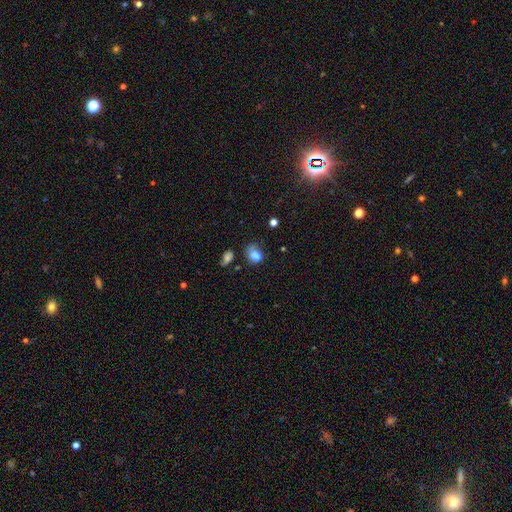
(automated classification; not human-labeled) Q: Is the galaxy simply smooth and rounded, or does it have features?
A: smooth — 75%.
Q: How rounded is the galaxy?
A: in between — 63%.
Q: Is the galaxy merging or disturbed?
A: none — 33%.